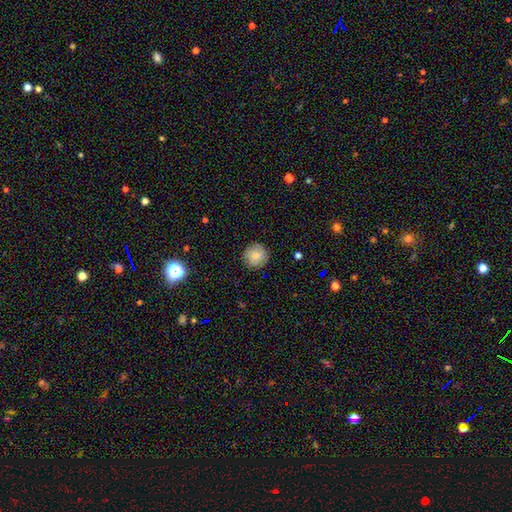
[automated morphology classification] Smooth or featured? Predicted: smooth (p=0.80). How rounded? Predicted: round (p=0.95). Merging? Predicted: none (p=0.88).